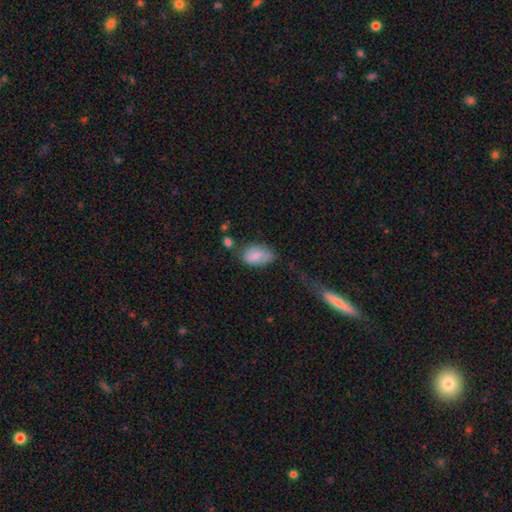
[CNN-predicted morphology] A smooth galaxy with no disk features (72%) that is in between round and cigar-shaped (89%).

Vote fractions:
- Smooth or featured? smooth: 72% / featured or disk: 20% / star or artifact: 7%
- How rounded? in between: 89% / round: 9% / cigar-shaped: 1%
- Merging? none: 51% / minor disturbance: 32% / major disturbance: 11% / merger: 5%